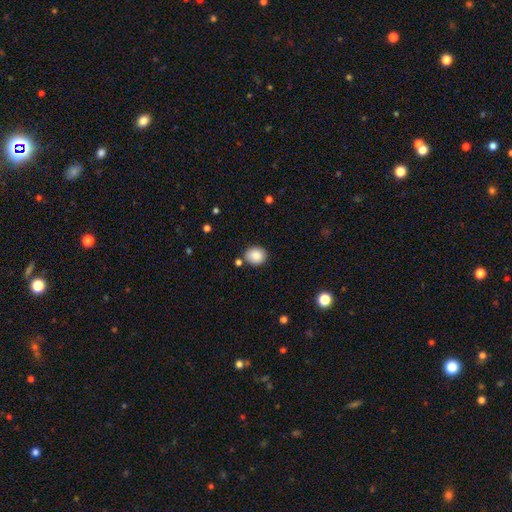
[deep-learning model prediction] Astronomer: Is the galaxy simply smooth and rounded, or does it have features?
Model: smooth — 86%.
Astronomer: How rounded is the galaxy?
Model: round — 69%.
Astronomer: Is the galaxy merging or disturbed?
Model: none — 83%.